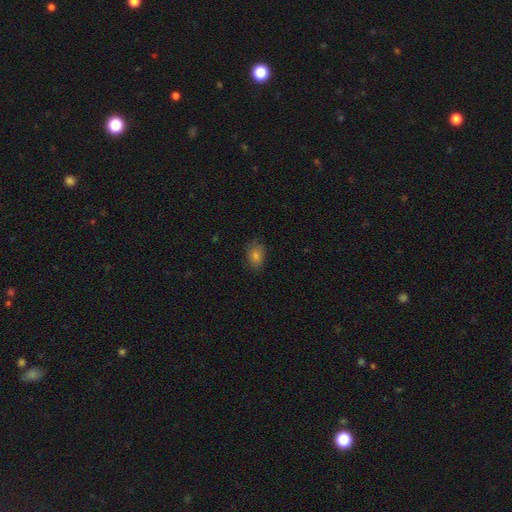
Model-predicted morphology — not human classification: A smooth galaxy with no disk features (77%) that is in between round and cigar-shaped (76%). Merging: none (79%).